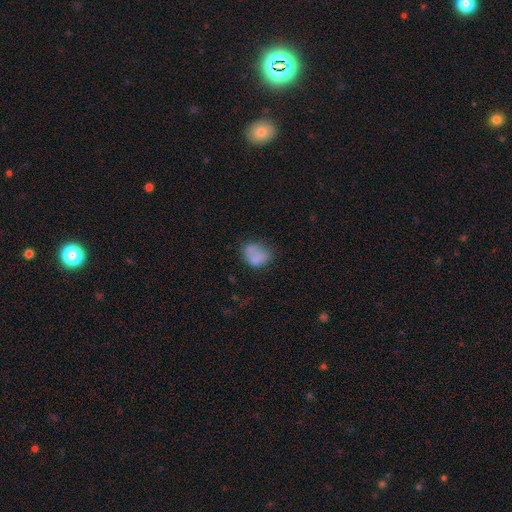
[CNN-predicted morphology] smooth 74%, featured or disk 15%, star or artifact 11%. Down the decision tree: how rounded — in between (68%); merging — none (41%).